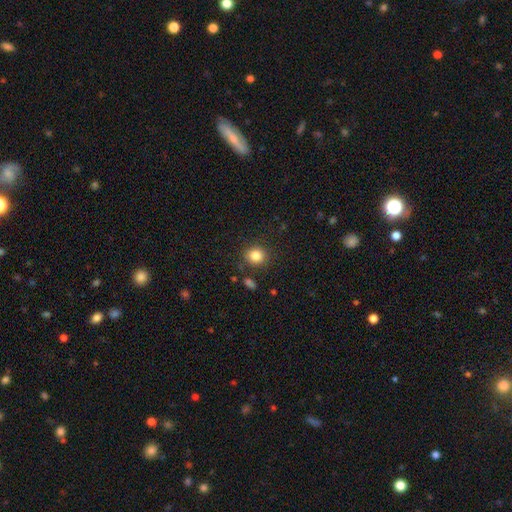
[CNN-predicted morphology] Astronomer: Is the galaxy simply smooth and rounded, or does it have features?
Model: smooth — 84%.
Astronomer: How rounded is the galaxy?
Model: round — 79%.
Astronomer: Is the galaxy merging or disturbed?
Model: none — 85%.